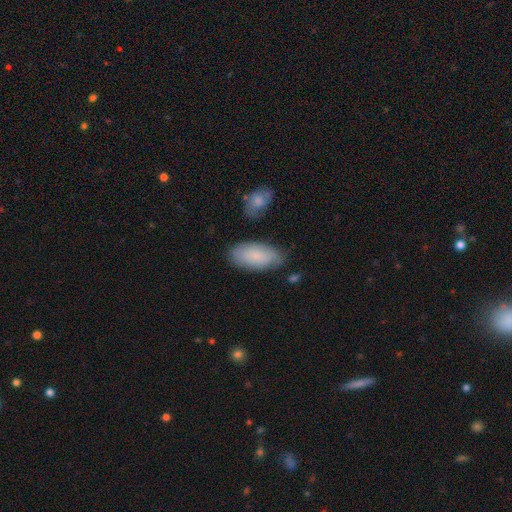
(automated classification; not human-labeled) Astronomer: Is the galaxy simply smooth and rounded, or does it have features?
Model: smooth — 78%.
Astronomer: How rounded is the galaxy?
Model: in between — 92%.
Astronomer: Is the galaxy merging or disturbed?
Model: none — 72%.